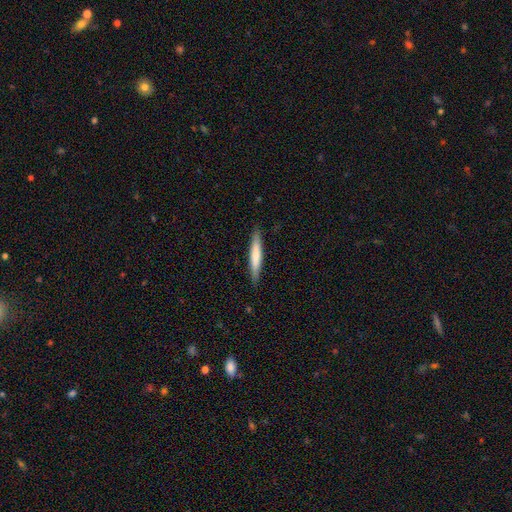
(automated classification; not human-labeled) Q: Smooth or featured?
A: smooth (66%); runner-up: featured or disk (29%)
Q: How rounded?
A: cigar-shaped (94%); runner-up: in between (5%)
Q: Merging?
A: none (89%); runner-up: minor disturbance (8%)